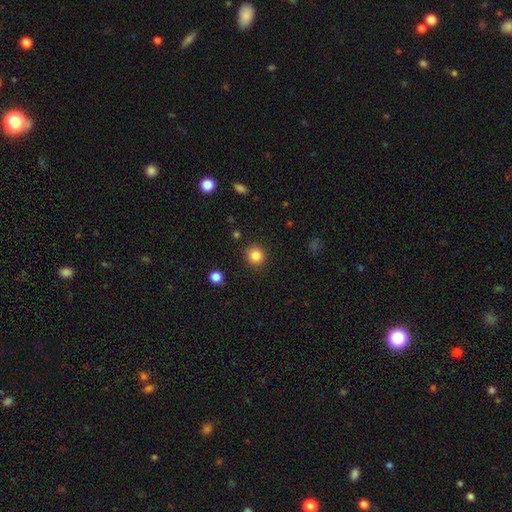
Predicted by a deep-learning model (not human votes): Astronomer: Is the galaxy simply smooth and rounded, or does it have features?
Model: smooth — 84%.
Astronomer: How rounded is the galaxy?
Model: round — 89%.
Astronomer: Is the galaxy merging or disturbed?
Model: none — 90%.